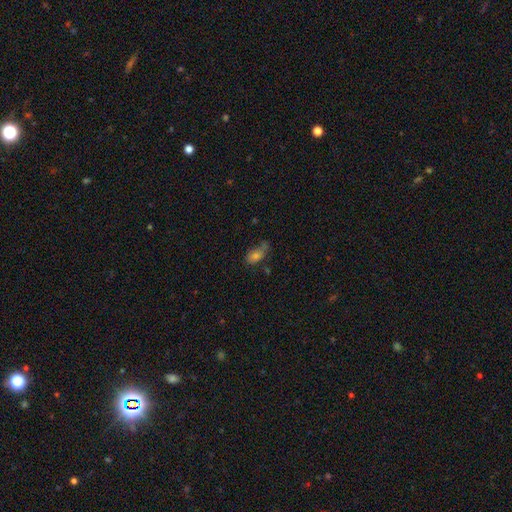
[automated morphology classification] Smooth or featured: smooth — 65% (featured or disk — 18%)
How rounded: in between — 82% (round — 10%)
Merging: none — 46% (minor disturbance — 29%)